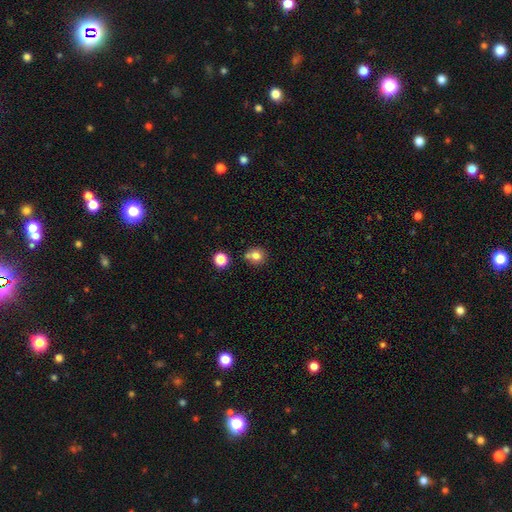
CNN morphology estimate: Smooth or featured? Predicted: smooth (p=0.79). How rounded? Predicted: round (p=0.86). Merging? Predicted: none (p=0.66).